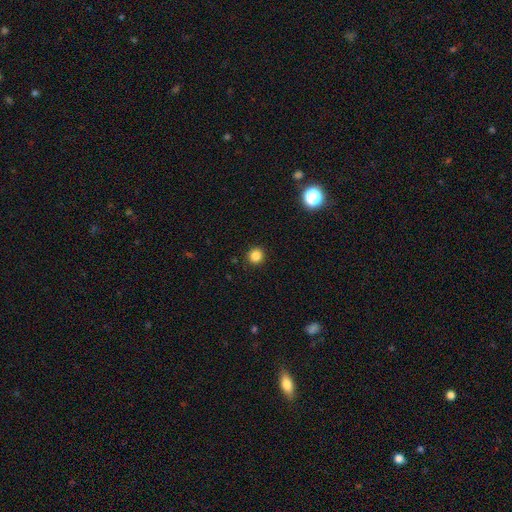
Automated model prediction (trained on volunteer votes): smooth_or_featured: smooth (p=0.85) [alt: star or artifact p=0.12]
how_rounded: round (p=0.95) [alt: in between p=0.04]
merging: none (p=0.93) [alt: minor disturbance p=0.05]